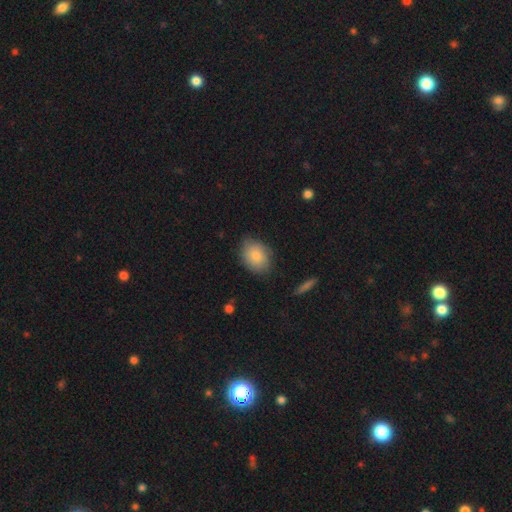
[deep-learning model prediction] smooth 81%, featured or disk 12%, star or artifact 7%. Down the decision tree: how rounded — in between (60%); merging — none (78%).